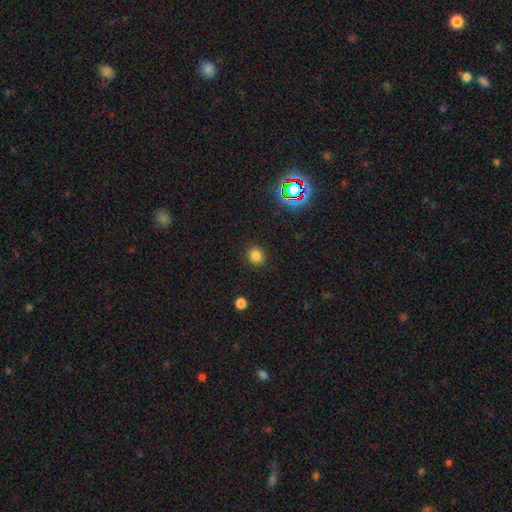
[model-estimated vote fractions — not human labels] This is clearly a smooth galaxy (81%). How rounded: clearly round (86%). Merging: clearly none (90%).